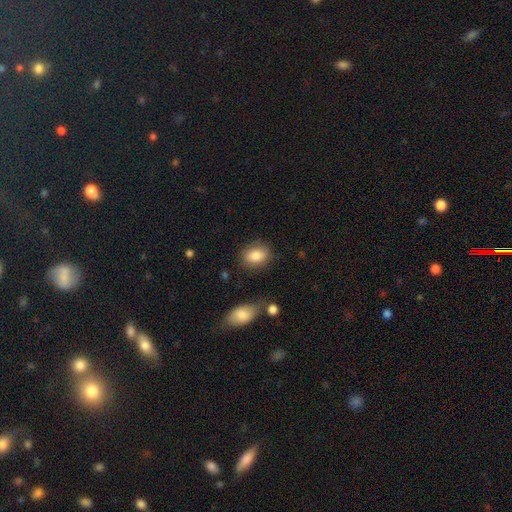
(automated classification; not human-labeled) smooth 85%, featured or disk 8%, star or artifact 8%. Down the decision tree: how rounded — in between (71%); merging — none (80%).